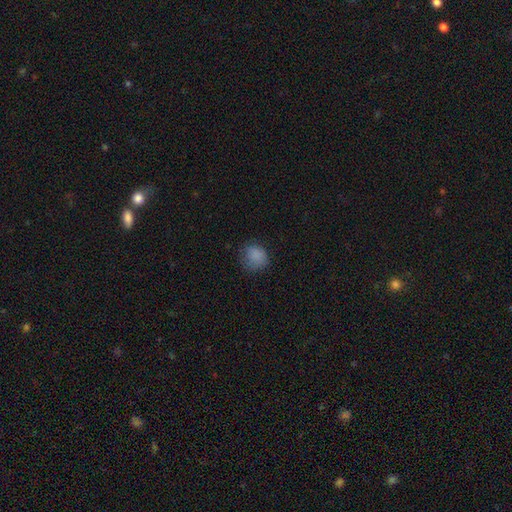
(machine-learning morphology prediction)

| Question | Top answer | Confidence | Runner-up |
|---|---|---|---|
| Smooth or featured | smooth | 84% | star or artifact (10%) |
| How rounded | round | 74% | in between (25%) |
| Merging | none | 69% | minor disturbance (22%) |